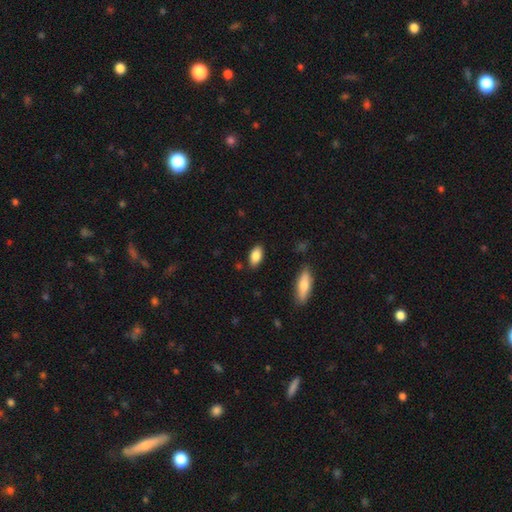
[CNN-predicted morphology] Smooth or featured? smooth (85%)
How rounded? in between (91%)
Merging? none (86%)